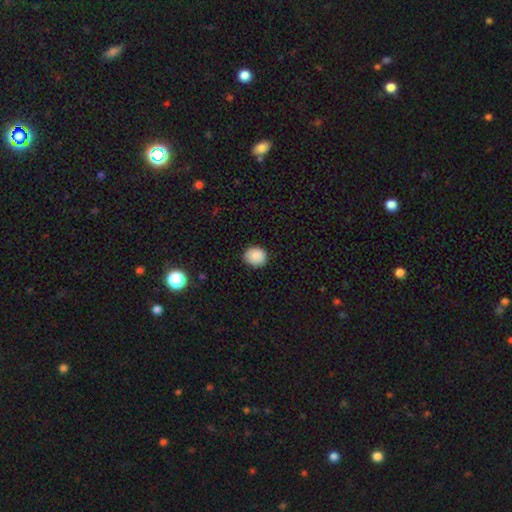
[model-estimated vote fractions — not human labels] A smooth galaxy with no disk features (88%) that is round (68%). Merging: none (87%).